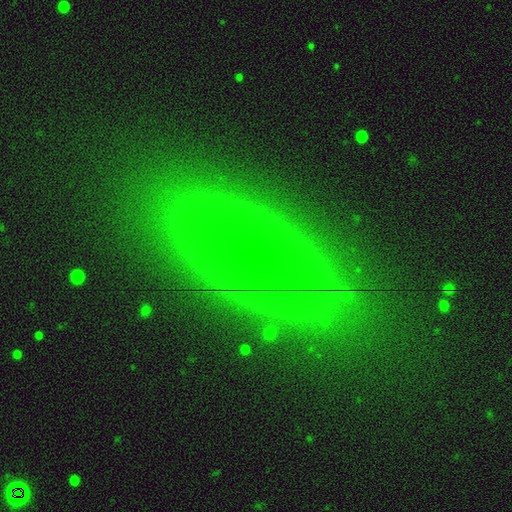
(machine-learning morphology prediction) Smooth or featured? smooth (53%)
How rounded? cigar-shaped (49%)
Merging? none (85%)